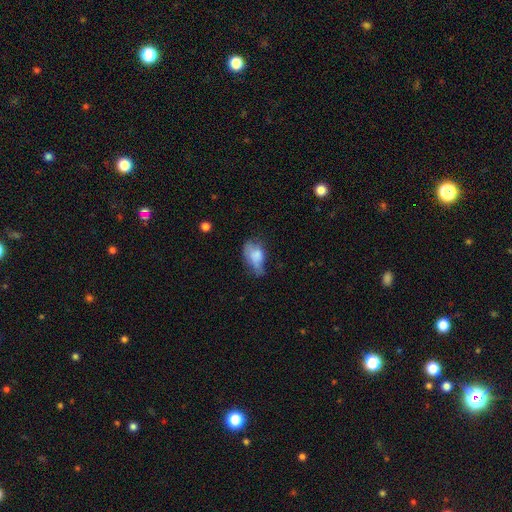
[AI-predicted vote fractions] smooth-or-featured: smooth: 68% | featured or disk: 23% | star or artifact: 9%
  how-rounded: in between: 88% | round: 9% | cigar-shaped: 3%
  merging: minor disturbance: 37% | none: 29% | major disturbance: 28% | merger: 6%